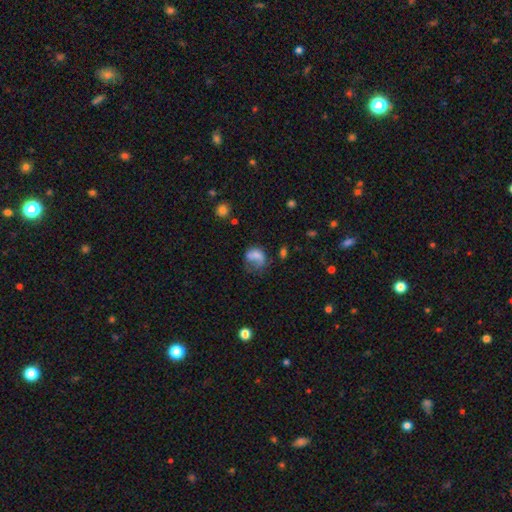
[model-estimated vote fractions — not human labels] smooth-or-featured: smooth: 64% | featured or disk: 24% | star or artifact: 12%
  how-rounded: in between: 61% | round: 37% | cigar-shaped: 2%
  merging: major disturbance: 41% | none: 26% | minor disturbance: 25% | merger: 9%